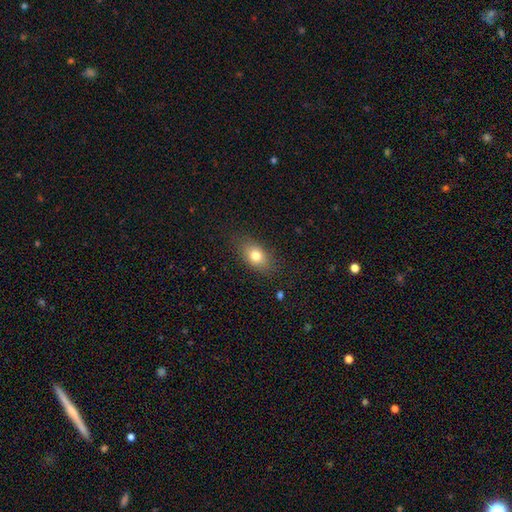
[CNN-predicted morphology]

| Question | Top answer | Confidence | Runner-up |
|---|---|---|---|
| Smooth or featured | smooth | 77% | featured or disk (13%) |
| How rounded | in between | 81% | round (15%) |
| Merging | none | 82% | minor disturbance (13%) |